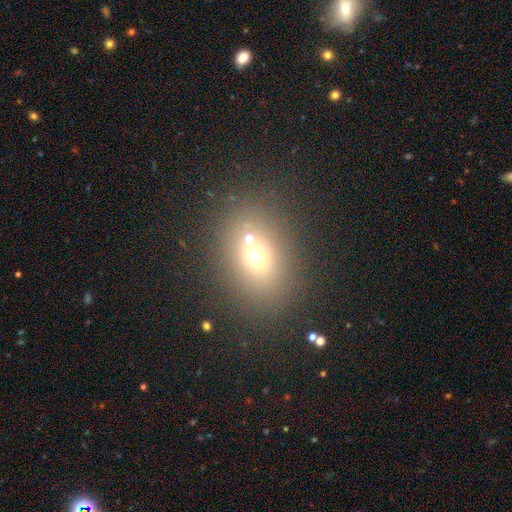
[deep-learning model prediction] Smooth or featured: smooth — 64% (star or artifact — 23%)
How rounded: in between — 53% (round — 45%)
Merging: none — 75% (minor disturbance — 10%)